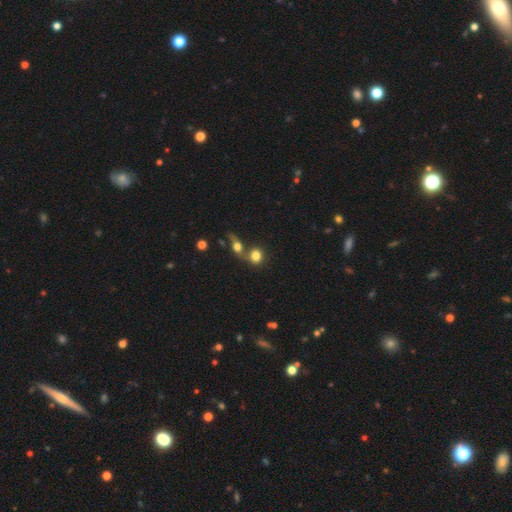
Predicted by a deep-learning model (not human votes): The model was most divided on "merging": merger: 48%, none: 38%, minor disturbance: 9%, major disturbance: 5%. More confident: smooth or featured — smooth (78%); how rounded — round (72%).